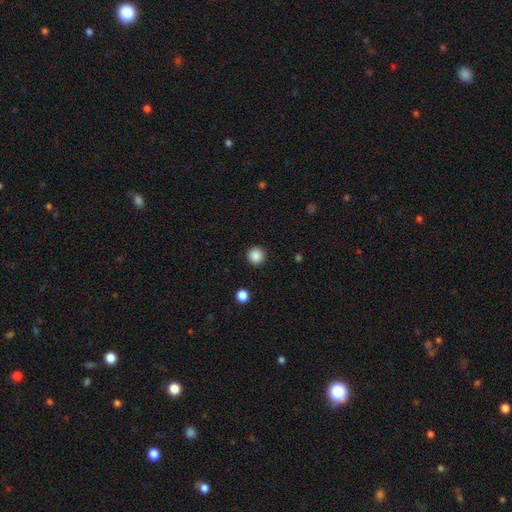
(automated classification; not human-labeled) Smooth or featured: smooth — 87% (star or artifact — 10%)
How rounded: round — 95% (in between — 4%)
Merging: none — 92% (minor disturbance — 5%)